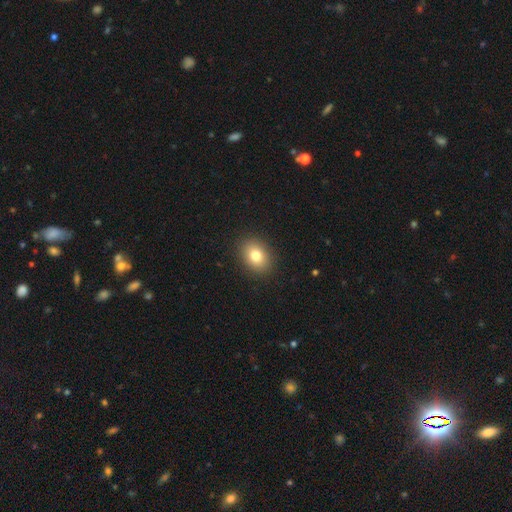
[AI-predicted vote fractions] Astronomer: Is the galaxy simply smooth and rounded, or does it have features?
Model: smooth — 81%.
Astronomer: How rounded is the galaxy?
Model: in between — 60% (runner-up: round, 39%).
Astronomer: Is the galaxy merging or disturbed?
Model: none — 90%.